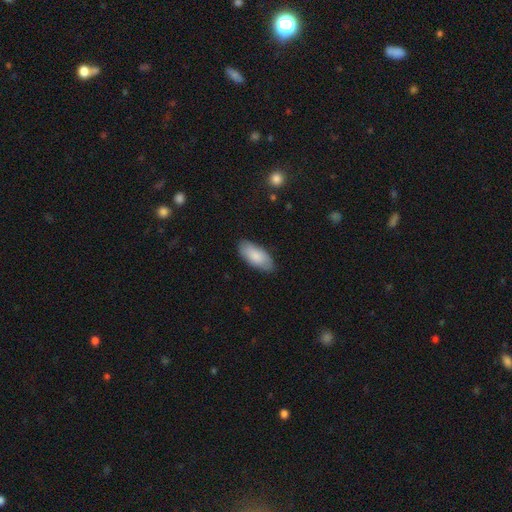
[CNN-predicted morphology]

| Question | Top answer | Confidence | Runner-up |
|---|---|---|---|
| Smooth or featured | smooth | 85% | featured or disk (9%) |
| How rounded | in between | 90% | cigar-shaped (9%) |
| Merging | none | 84% | minor disturbance (12%) |